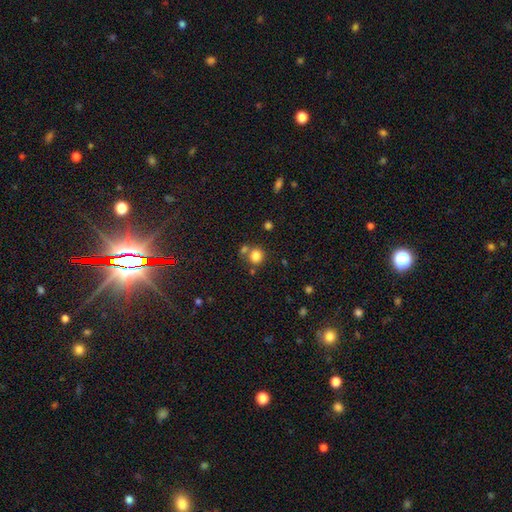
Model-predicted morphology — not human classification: smooth_or_featured: smooth (p=0.82) [alt: star or artifact p=0.12]
how_rounded: round (p=0.86) [alt: in between p=0.13]
merging: none (p=0.65) [alt: merger p=0.23]